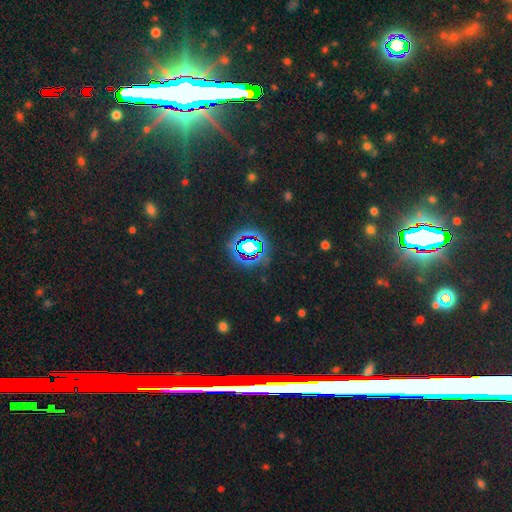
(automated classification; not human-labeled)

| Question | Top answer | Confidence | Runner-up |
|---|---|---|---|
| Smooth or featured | star or artifact | 78% | smooth (13%) |